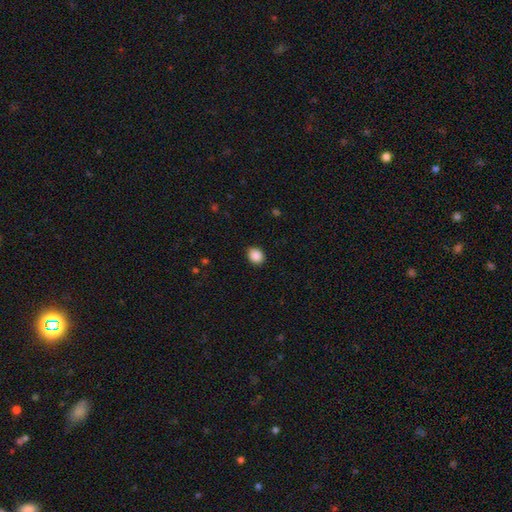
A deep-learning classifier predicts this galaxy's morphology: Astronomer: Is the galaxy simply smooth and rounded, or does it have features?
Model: smooth — 89%.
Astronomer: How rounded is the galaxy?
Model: round — 59% (runner-up: in between, 40%).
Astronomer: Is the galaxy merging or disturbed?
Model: none — 89%.